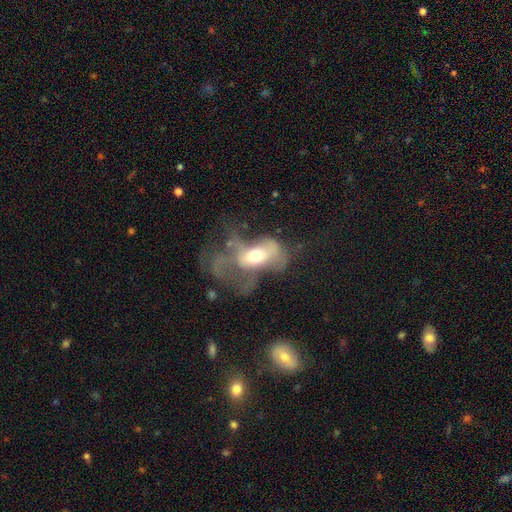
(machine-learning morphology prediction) This appears to be a featured or disk galaxy (53%). Merging: major disturbance (60%).